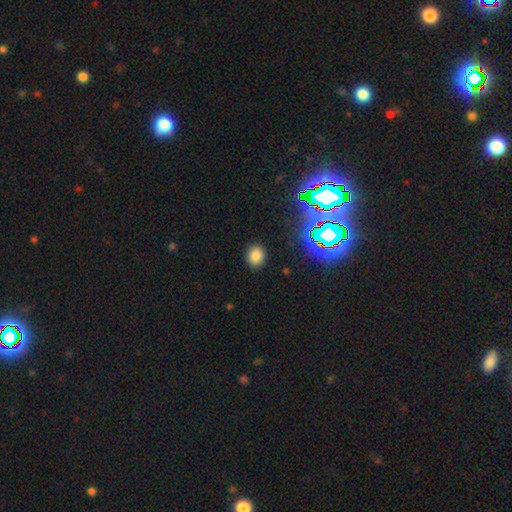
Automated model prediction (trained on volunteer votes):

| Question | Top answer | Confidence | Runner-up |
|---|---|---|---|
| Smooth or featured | smooth | 78% | star or artifact (17%) |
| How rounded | round | 68% | in between (31%) |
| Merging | none | 89% | minor disturbance (7%) |